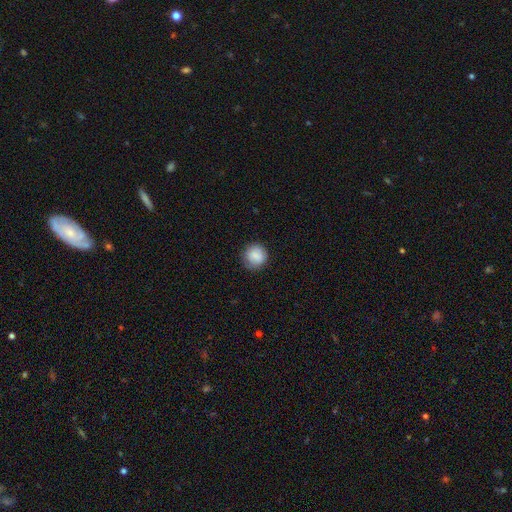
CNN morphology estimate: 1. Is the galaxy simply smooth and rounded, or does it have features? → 86% smooth, 8% star or artifact, 7% featured or disk.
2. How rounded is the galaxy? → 91% round, 8% in between, 1% cigar-shaped.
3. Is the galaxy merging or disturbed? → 83% none, 13% minor disturbance, 3% major disturbance, 1% merger.